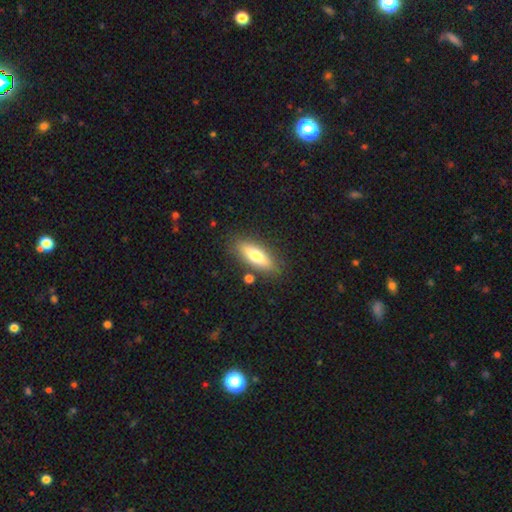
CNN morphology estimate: type=smooth (67%); roundness=in between (53%); merging=none (83%).